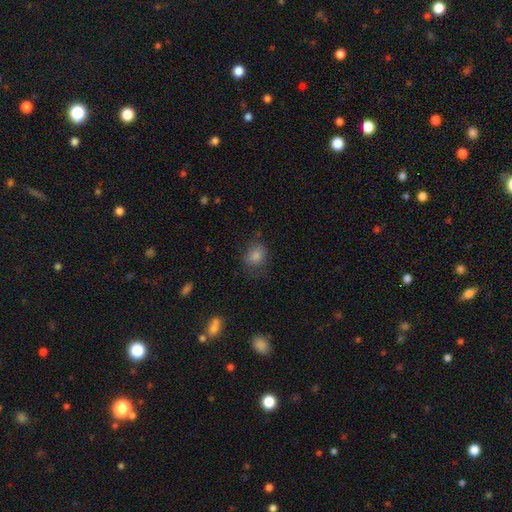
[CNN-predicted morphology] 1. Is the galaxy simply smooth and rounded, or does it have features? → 74% smooth, 15% star or artifact, 11% featured or disk.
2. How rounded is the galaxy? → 62% round, 37% in between, 1% cigar-shaped.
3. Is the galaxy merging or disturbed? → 68% none, 20% minor disturbance, 10% major disturbance, 2% merger.